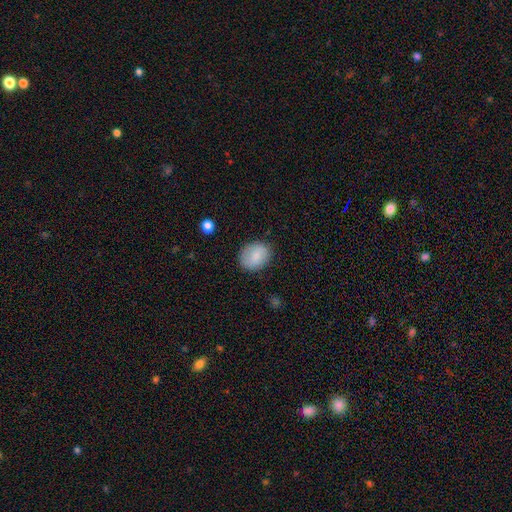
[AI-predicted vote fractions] This appears to be a smooth galaxy with no disk features (83%) that is in between round and cigar-shaped (51%). Merging: none (83%).